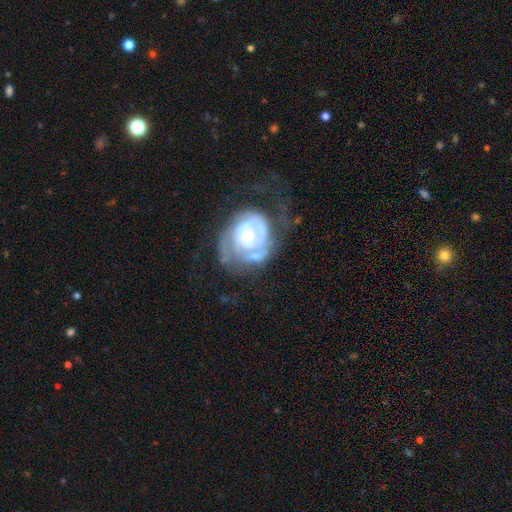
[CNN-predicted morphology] type=featured or disk (74%); edge-on=no (97%); bar=no (81%); spiral arms=yes (63%); bulge=moderate (50%); merging=major disturbance (31%).